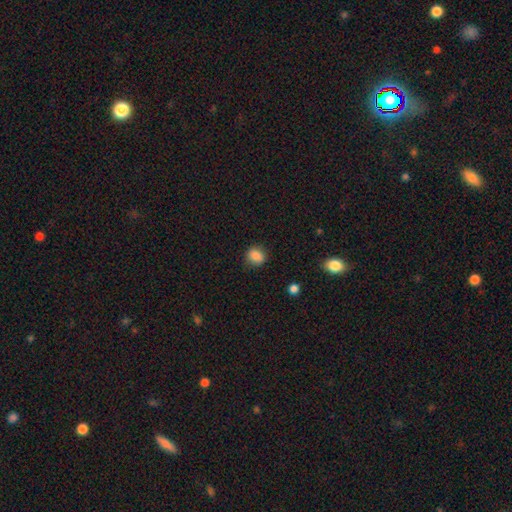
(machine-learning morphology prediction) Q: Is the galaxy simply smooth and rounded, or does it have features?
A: smooth — 86%.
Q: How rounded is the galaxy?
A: round — 76%.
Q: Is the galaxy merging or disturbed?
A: none — 84%.